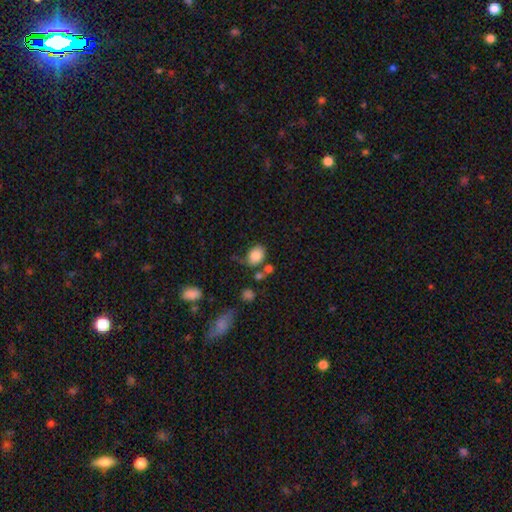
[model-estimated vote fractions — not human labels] A smooth galaxy with no disk features (83%) that is in between round and cigar-shaped (73%).

Vote fractions:
- Smooth or featured? smooth: 83% / star or artifact: 9% / featured or disk: 8%
- How rounded? in between: 73% / round: 26% / cigar-shaped: 1%
- Merging? none: 58% / minor disturbance: 21% / merger: 13% / major disturbance: 8%